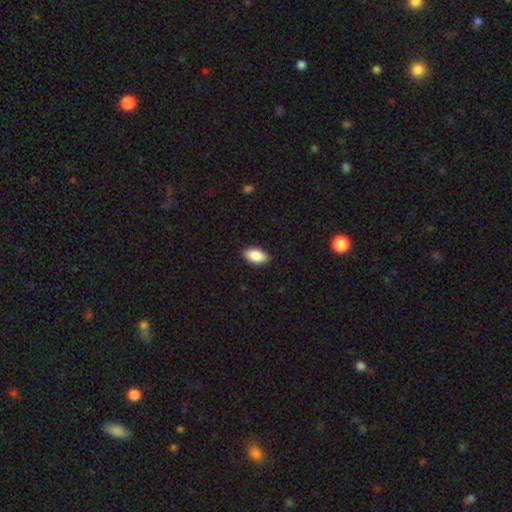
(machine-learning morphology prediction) This appears to be a smooth galaxy with no disk features (87%) that is in between round and cigar-shaped (93%). Merging: none (88%).